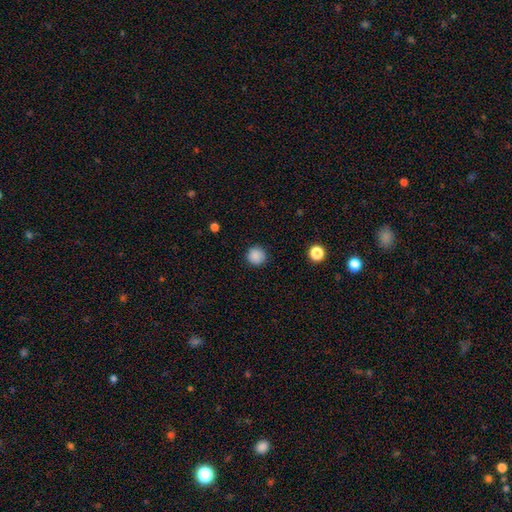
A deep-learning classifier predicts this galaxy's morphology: smooth_or_featured: smooth (p=0.87) [alt: star or artifact p=0.10]
how_rounded: round (p=0.95) [alt: in between p=0.04]
merging: none (p=0.90) [alt: minor disturbance p=0.07]